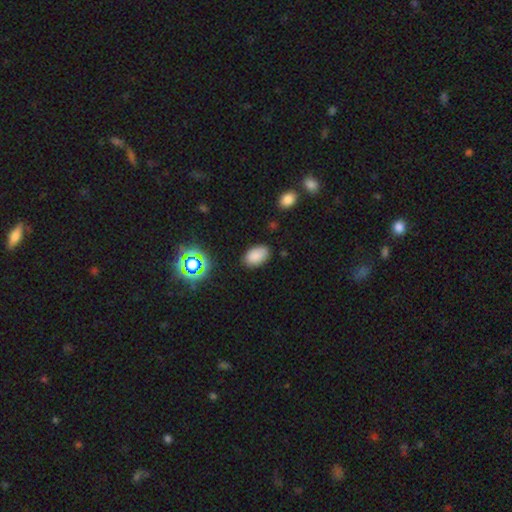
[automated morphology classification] smooth 83%, star or artifact 11%, featured or disk 5%. Down the decision tree: how rounded — in between (91%); merging — none (84%).